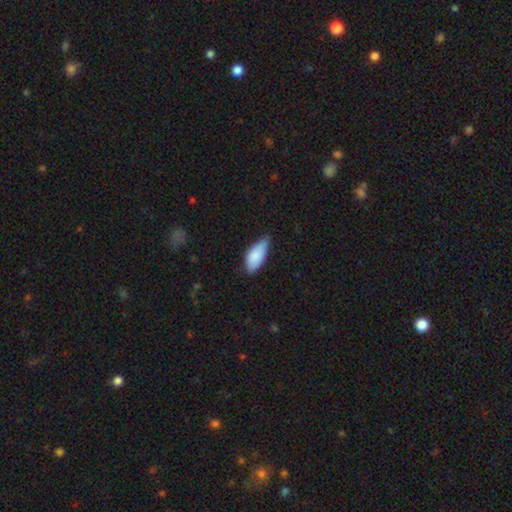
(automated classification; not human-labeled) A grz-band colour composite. It shows a smooth galaxy with no disk features (84%) that is in between round and cigar-shaped (88%). Merging: none (51%).